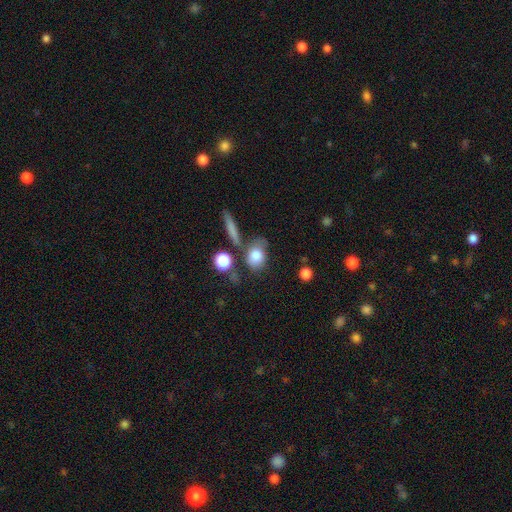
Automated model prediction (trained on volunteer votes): Overall: smooth (79%). How rounded: in between (56%; round 40%). Merging: none (49%; minor disturbance 21%).